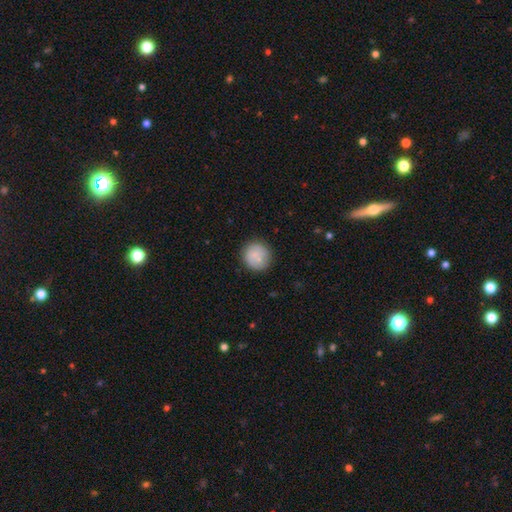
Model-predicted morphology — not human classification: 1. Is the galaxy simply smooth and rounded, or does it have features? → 80% smooth, 13% featured or disk, 7% star or artifact.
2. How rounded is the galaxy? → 94% round, 5% in between, 1% cigar-shaped.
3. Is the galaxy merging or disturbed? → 83% none, 11% minor disturbance, 3% major disturbance, 3% merger.